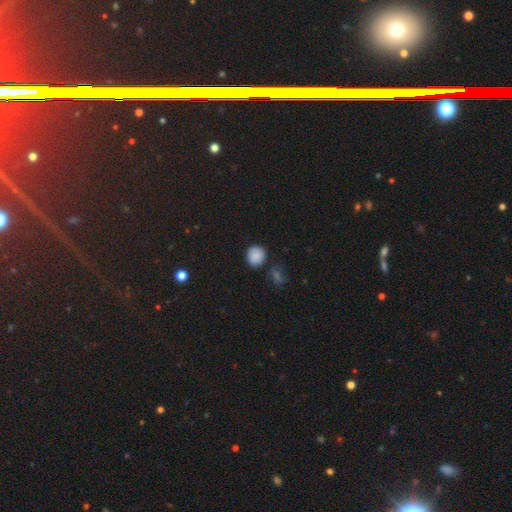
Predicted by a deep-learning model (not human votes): A smooth galaxy with no disk features (86%) that is round (84%). Merging: none (79%).